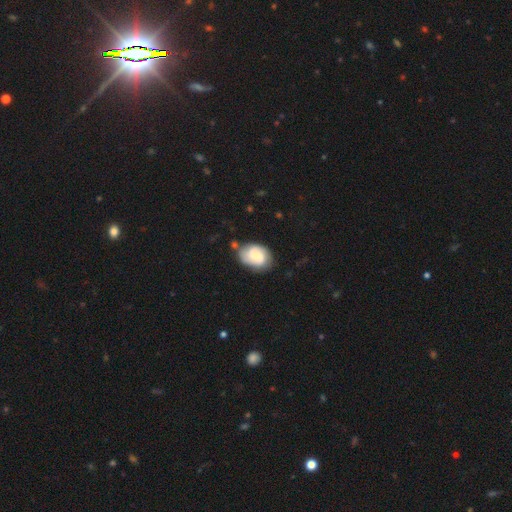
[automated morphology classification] type=featured or disk (54%); edge-on=no (97%); bar=weak (47%); spiral arms=yes (89%); bulge=small (42%); merging=none (64%).